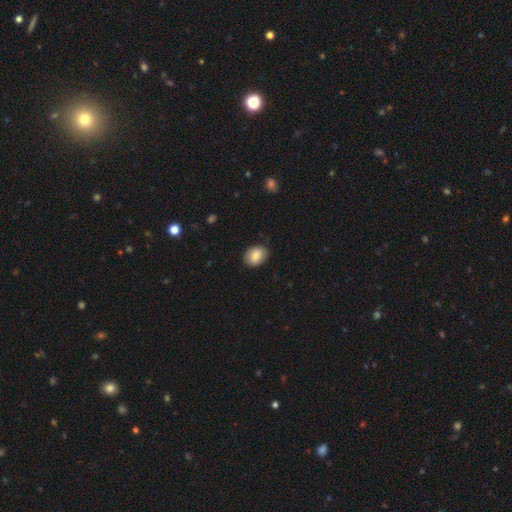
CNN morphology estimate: Overall: smooth (84%). How rounded: in between (67%; round 32%). Merging: none (86%).